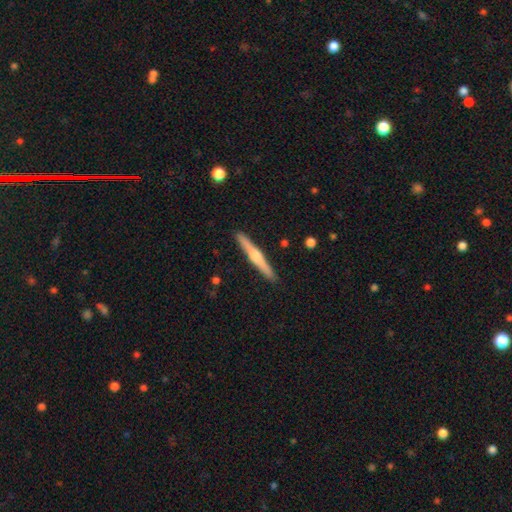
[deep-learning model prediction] Q: Smooth or featured?
A: featured or disk (61%); runner-up: smooth (34%)
Q: Edge-on disk?
A: yes (98%); runner-up: no (2%)
Q: Edge-on bulge?
A: rounded (83%); runner-up: none (10%)
Q: Merging?
A: none (92%); runner-up: minor disturbance (6%)